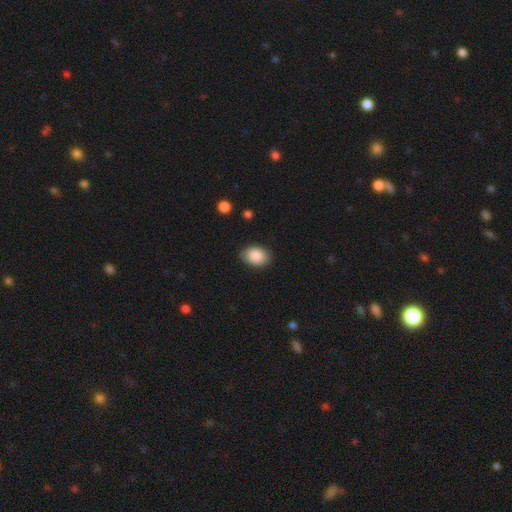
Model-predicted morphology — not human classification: Smooth or featured?
  - smooth: 89% *
  - star or artifact: 7%
  - featured or disk: 5%
How rounded?
  - in between: 79% *
  - round: 20%
  - cigar-shaped: 1%
Merging?
  - none: 83% *
  - minor disturbance: 13%
  - major disturbance: 3%
  - merger: 1%